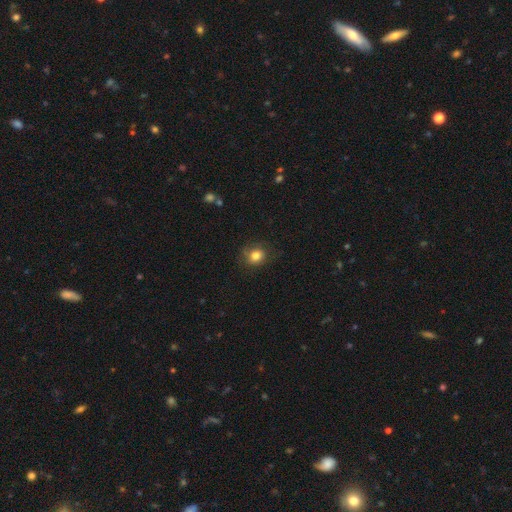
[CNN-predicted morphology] smooth_or_featured: smooth (p=0.81) [alt: star or artifact p=0.10]
how_rounded: round (p=0.74) [alt: in between p=0.25]
merging: none (p=0.76) [alt: minor disturbance p=0.17]